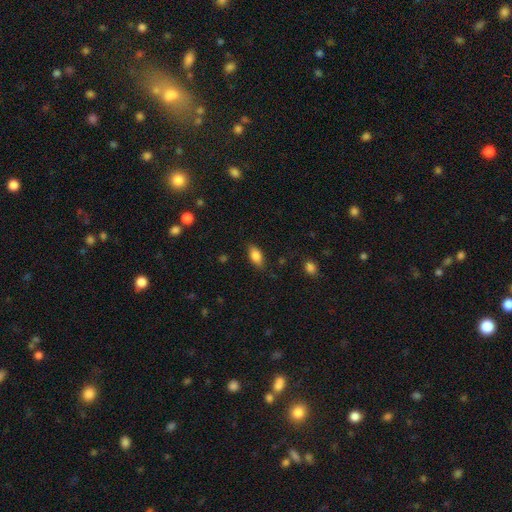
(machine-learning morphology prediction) Smooth or featured: smooth — 84% (featured or disk — 8%)
How rounded: in between — 89% (cigar-shaped — 6%)
Merging: none — 83% (minor disturbance — 13%)